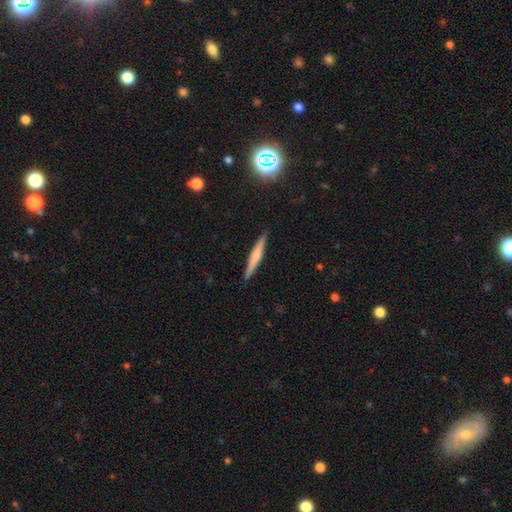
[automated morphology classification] A smooth galaxy with no disk features (51%) that is cigar-shaped (95%). Merging: none (91%).